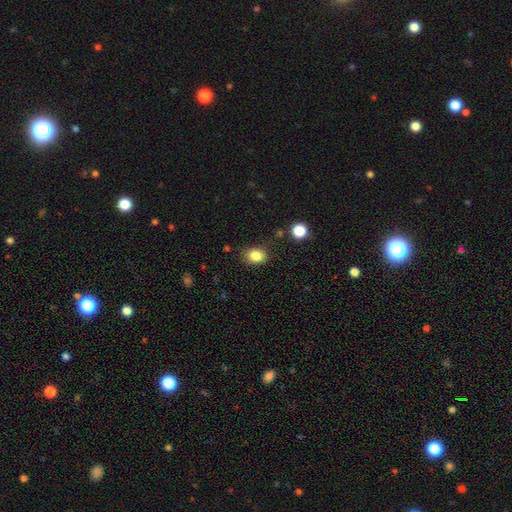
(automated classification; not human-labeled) Morphology: type=smooth (84%); roundness=in between (51%); merging=none (83%).